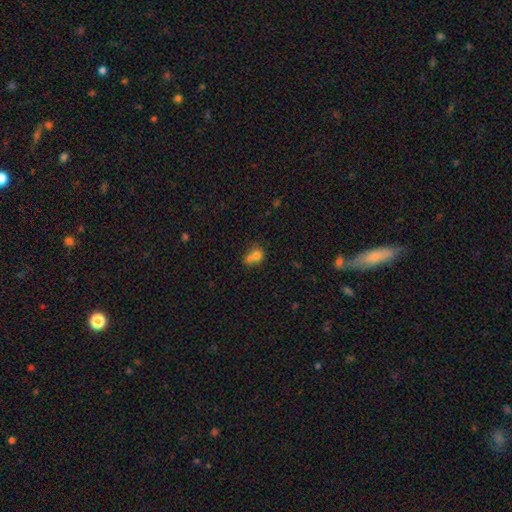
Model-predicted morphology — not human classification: smooth_or_featured: smooth (p=0.73) [alt: featured or disk p=0.16]
how_rounded: round (p=0.68) [alt: in between p=0.31]
merging: merger (p=0.64) [alt: none p=0.25]